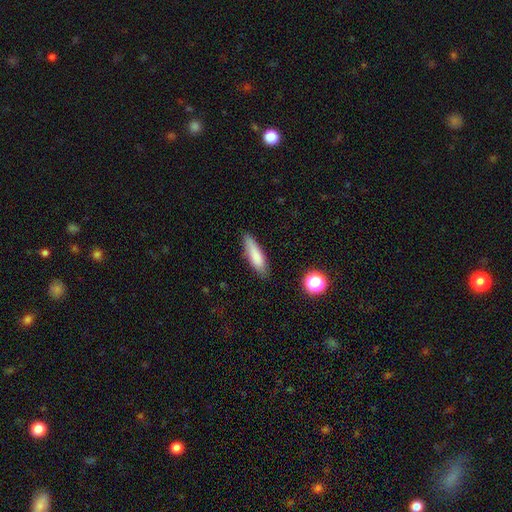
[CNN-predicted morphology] This appears to be a smooth galaxy with no disk features (82%) that is cigar-shaped (61%). Merging: none (82%).